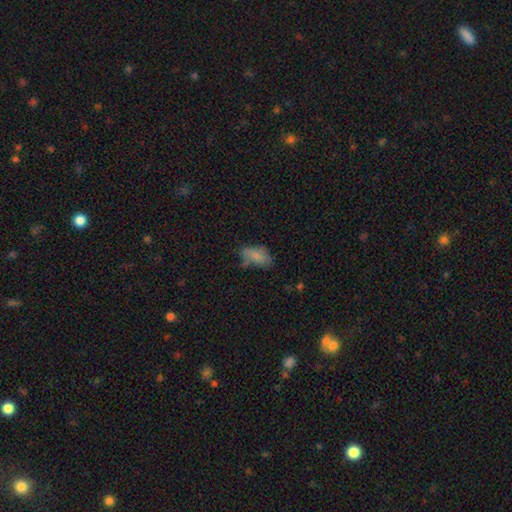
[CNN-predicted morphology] Smooth or featured? smooth (77%)
How rounded? in between (91%)
Merging? none (47%)